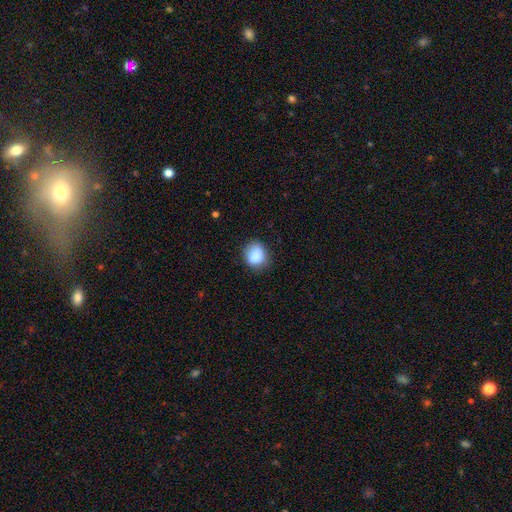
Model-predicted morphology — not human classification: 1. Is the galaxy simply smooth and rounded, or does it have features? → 88% smooth, 8% star or artifact, 4% featured or disk.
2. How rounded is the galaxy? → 62% round, 37% in between, 1% cigar-shaped.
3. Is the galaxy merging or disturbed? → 78% none, 17% minor disturbance, 4% major disturbance, 1% merger.